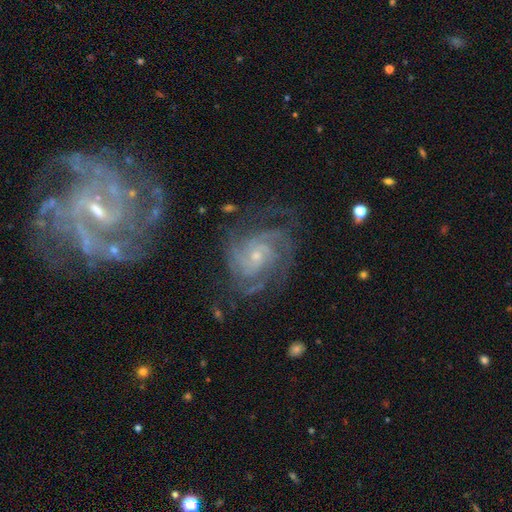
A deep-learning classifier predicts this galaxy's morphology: The model was most divided on "spiral arm count": 3: 26%, 4: 21%, can't tell: 21%, 2: 18%, more than 4: 8%, 1: 7%. More confident: edge-on disk — no (98%); spiral arms — yes (97%); smooth or featured — featured or disk (89%); bulge size — small (73%); merging — none (67%); bar — no (66%); spiral winding — tight (59%).